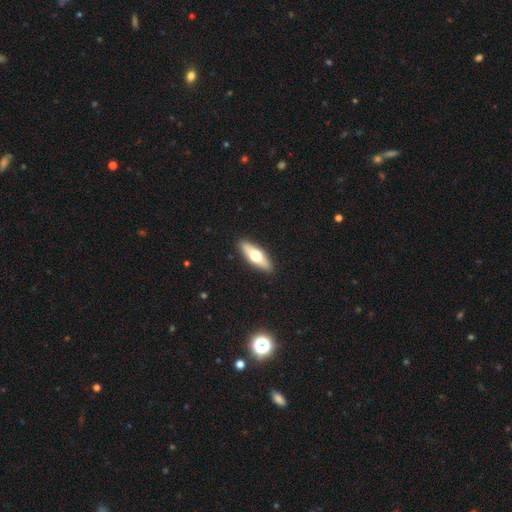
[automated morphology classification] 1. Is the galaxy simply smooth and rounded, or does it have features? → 53% smooth, 41% featured or disk, 5% star or artifact.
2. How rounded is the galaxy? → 58% in between, 40% cigar-shaped, 3% round.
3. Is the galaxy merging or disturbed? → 90% none, 7% minor disturbance, 2% major disturbance, 1% merger.